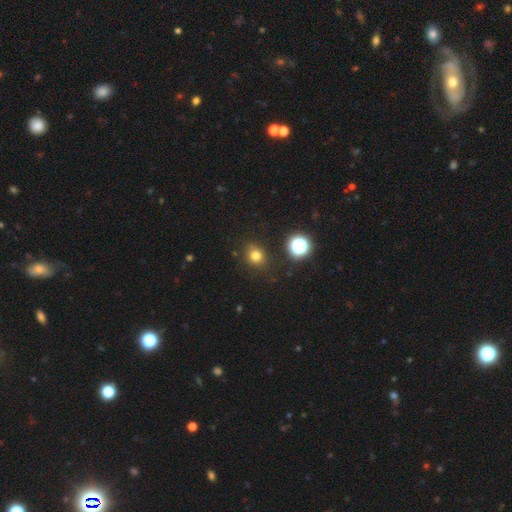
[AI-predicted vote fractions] A smooth galaxy with no disk features (75%) that is round (75%). Merging: none (85%).